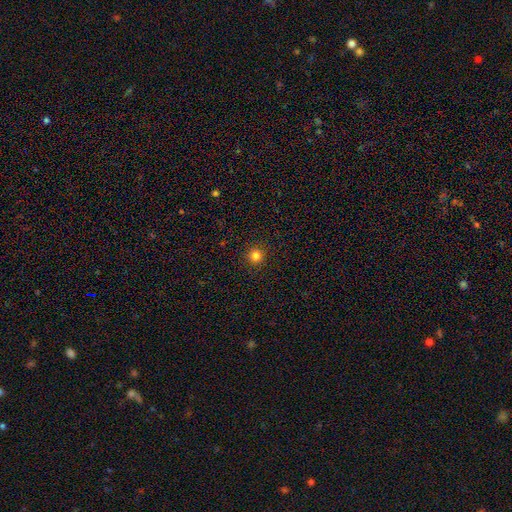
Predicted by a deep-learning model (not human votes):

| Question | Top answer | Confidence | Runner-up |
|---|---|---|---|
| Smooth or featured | smooth | 82% | star or artifact (14%) |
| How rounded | round | 95% | in between (4%) |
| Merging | none | 92% | minor disturbance (5%) |